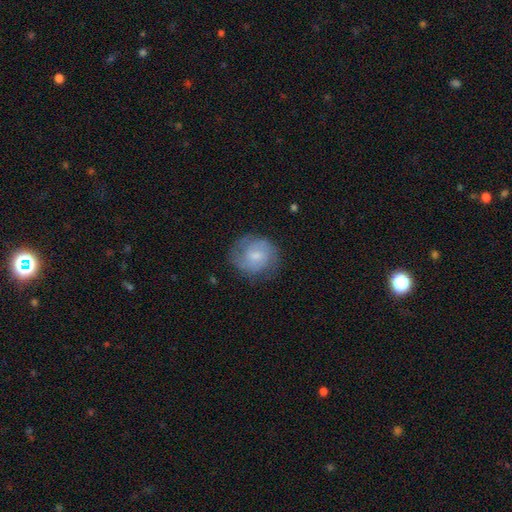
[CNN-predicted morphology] featured or disk 49%, smooth 44%, star or artifact 7%. Down the decision tree: merging — none (72%).